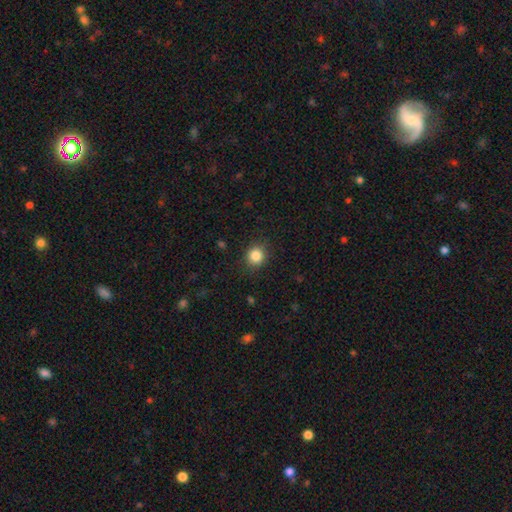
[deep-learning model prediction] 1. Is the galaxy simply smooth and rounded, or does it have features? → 85% smooth, 10% star or artifact, 4% featured or disk.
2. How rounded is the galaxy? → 85% round, 14% in between, 1% cigar-shaped.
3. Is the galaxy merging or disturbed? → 87% none, 9% minor disturbance, 3% major disturbance, 1% merger.